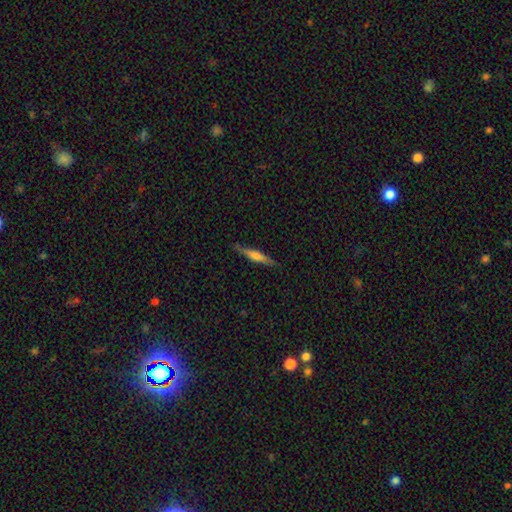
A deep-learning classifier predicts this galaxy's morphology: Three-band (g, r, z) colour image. It shows a featured or disk galaxy (47%, tied with smooth). Merging: none (85%).